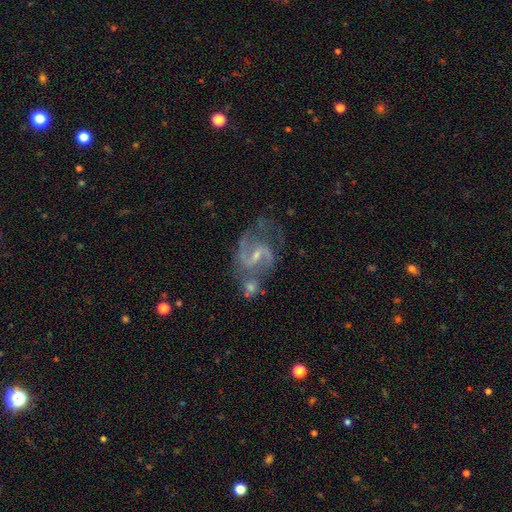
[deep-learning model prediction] Smooth or featured? featured or disk (88%)
Edge-on disk? no (98%)
Bar? weak (56%)
Spiral arms? yes (96%)
Spiral winding? medium (53%)
Spiral arm count? 2 (87%)
Bulge size? small (67%)
Merging? none (46%)